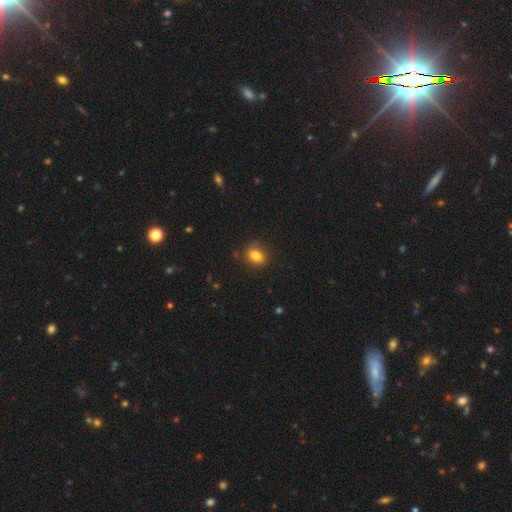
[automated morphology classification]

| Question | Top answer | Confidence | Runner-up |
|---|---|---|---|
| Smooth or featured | smooth | 81% | star or artifact (9%) |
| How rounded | in between | 71% | round (27%) |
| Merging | none | 72% | minor disturbance (21%) |